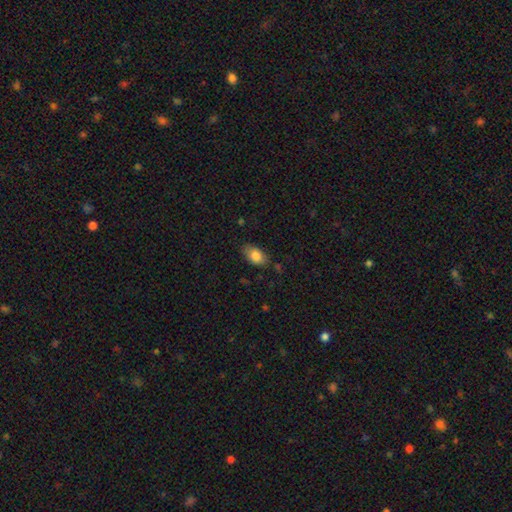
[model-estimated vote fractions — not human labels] Smooth or featured? smooth (84%)
How rounded? in between (90%)
Merging? none (73%)